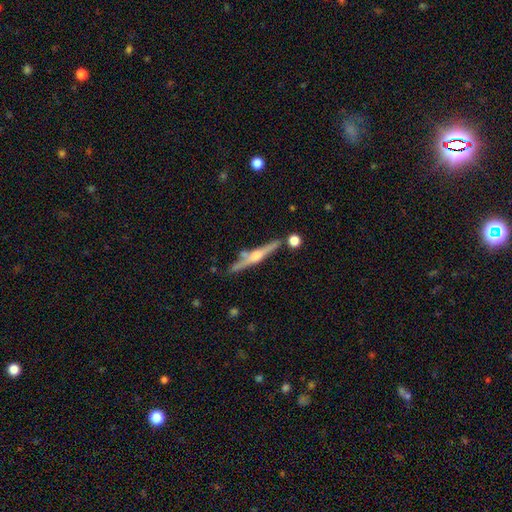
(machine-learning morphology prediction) Smooth or featured?
  - featured or disk: 77% *
  - smooth: 17%
  - star or artifact: 6%
Edge-on disk?
  - yes: 97% *
  - no: 3%
Edge-on bulge?
  - rounded: 85% *
  - boxy: 9%
  - none: 7%
Merging?
  - none: 80% *
  - minor disturbance: 11%
  - merger: 6%
  - major disturbance: 3%